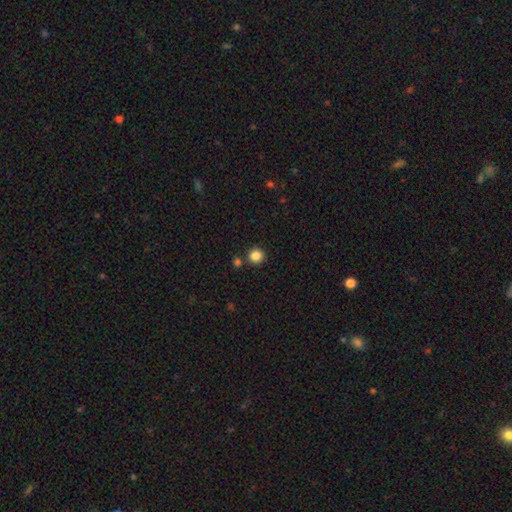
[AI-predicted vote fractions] Smooth or featured: smooth — 86% (star or artifact — 11%)
How rounded: round — 92% (in between — 7%)
Merging: none — 85% (merger — 7%)